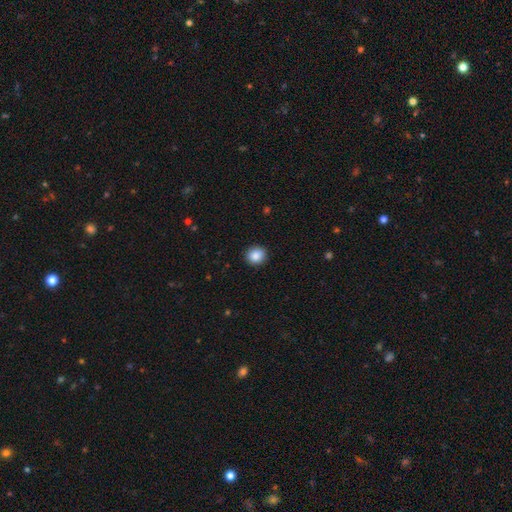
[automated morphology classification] smooth 88%, star or artifact 9%, featured or disk 4%. Down the decision tree: how rounded — round (87%); merging — none (91%).